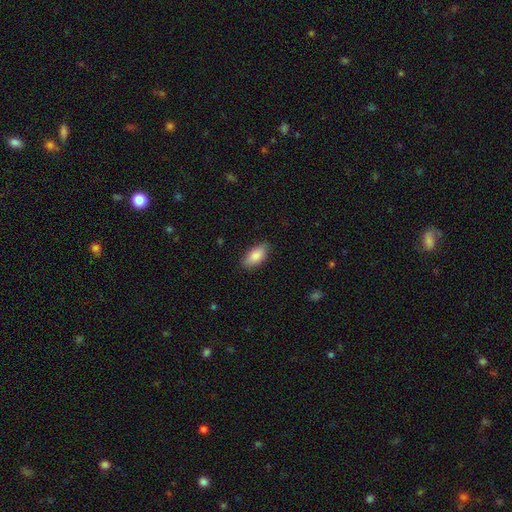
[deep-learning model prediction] Smooth or featured: smooth — 87% (featured or disk — 7%)
How rounded: in between — 90% (cigar-shaped — 7%)
Merging: none — 84% (minor disturbance — 12%)